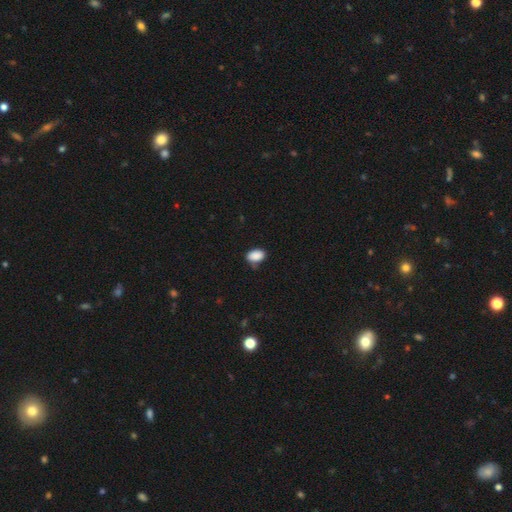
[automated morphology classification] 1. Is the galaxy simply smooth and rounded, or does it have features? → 89% smooth, 8% star or artifact, 3% featured or disk.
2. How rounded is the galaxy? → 87% in between, 12% round, 1% cigar-shaped.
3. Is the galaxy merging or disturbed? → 69% none, 24% minor disturbance, 5% major disturbance, 3% merger.